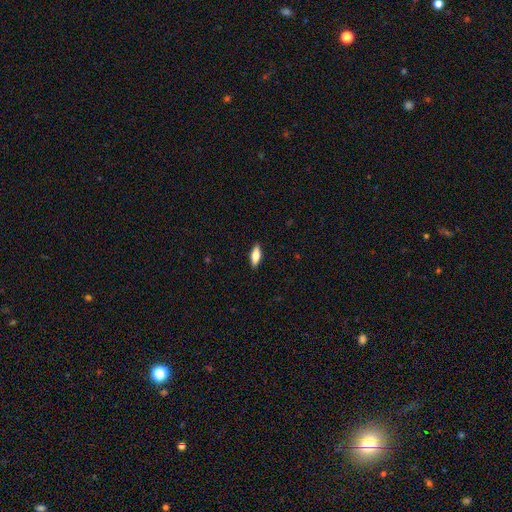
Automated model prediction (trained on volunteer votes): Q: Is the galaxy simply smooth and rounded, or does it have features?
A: smooth — 69%.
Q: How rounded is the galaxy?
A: in between — 68%.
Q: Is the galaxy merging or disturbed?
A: none — 90%.